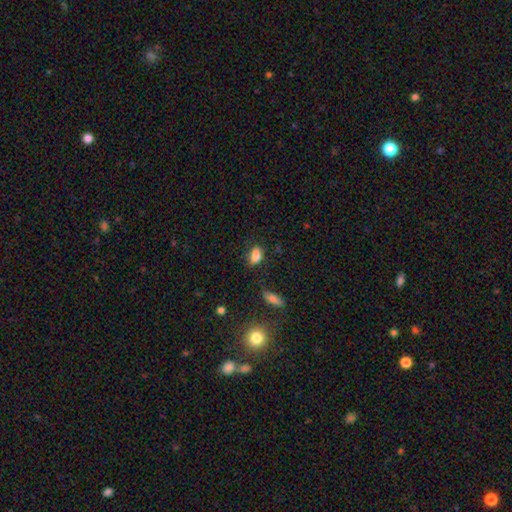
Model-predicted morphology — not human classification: Smooth or featured?
  - smooth: 83% *
  - star or artifact: 10%
  - featured or disk: 7%
How rounded?
  - in between: 85% *
  - round: 10%
  - cigar-shaped: 5%
Merging?
  - none: 66% *
  - minor disturbance: 23%
  - major disturbance: 7%
  - merger: 4%